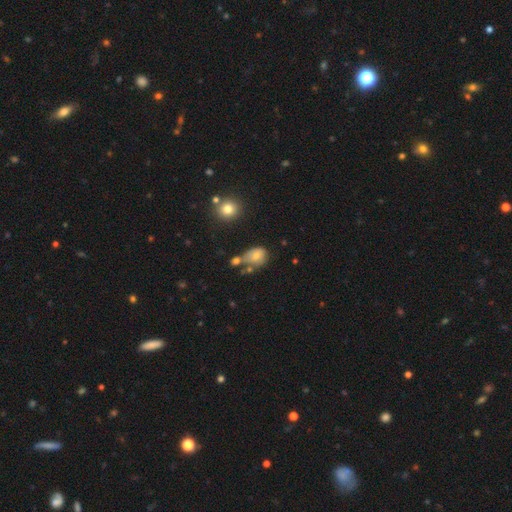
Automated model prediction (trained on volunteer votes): Smooth or featured? Predicted: smooth (p=0.68). How rounded? Predicted: in between (p=0.60). Merging? Predicted: none (p=0.37).